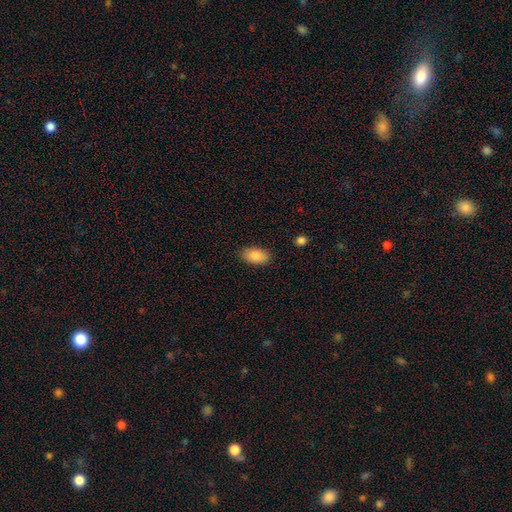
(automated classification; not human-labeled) A smooth galaxy with no disk features (86%) that is in between round and cigar-shaped (94%).

Vote fractions:
- Smooth or featured? smooth: 86% / featured or disk: 7% / star or artifact: 7%
- How rounded? in between: 94% / round: 3% / cigar-shaped: 3%
- Merging? none: 87% / minor disturbance: 10% / major disturbance: 2% / merger: 1%